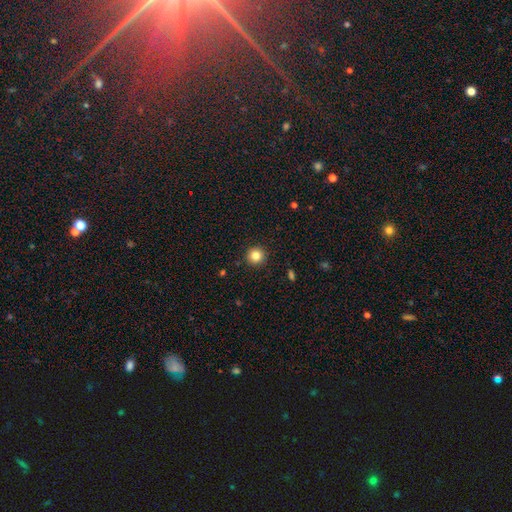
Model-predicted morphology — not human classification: Smooth or featured? smooth (84%)
How rounded? round (95%)
Merging? none (92%)